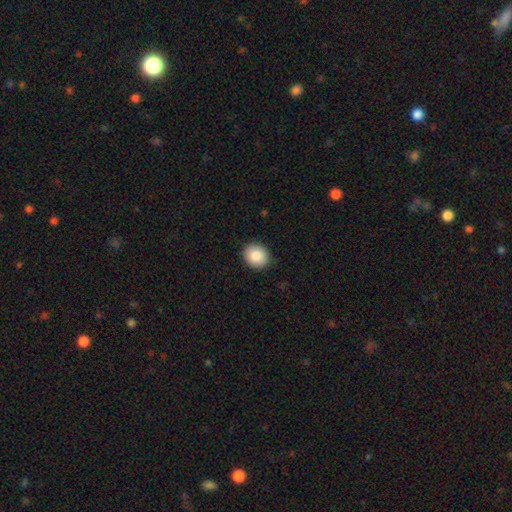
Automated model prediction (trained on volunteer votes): Smooth or featured? Predicted: smooth (p=0.86). How rounded? Predicted: round (p=0.75). Merging? Predicted: none (p=0.91).